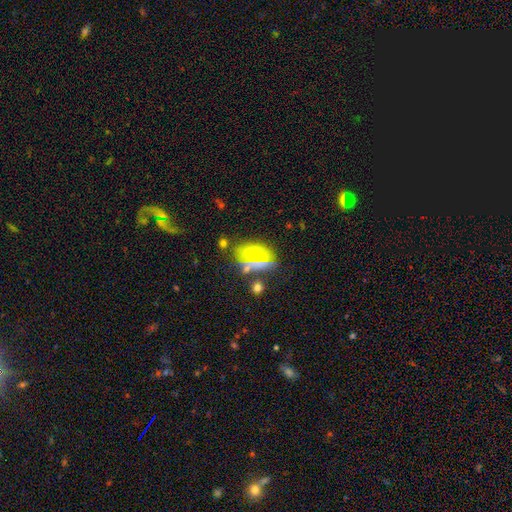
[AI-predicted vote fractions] The model was most divided on "smooth or featured": smooth: 60%, featured or disk: 20%, star or artifact: 20%. More confident: how rounded — in between (78%); merging — none (64%).